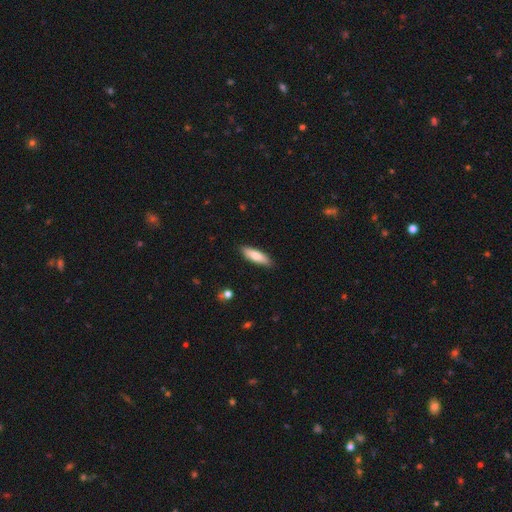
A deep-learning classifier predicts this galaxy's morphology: type=smooth (77%); roundness=cigar-shaped (54%); merging=none (88%).